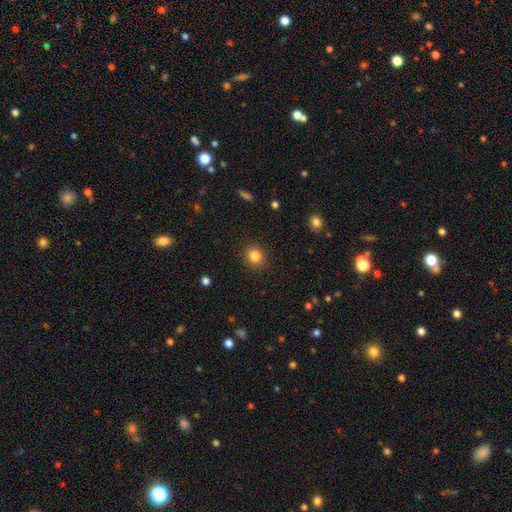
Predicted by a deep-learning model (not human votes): Morphology: type=smooth (83%); roundness=round (88%); merging=none (90%).